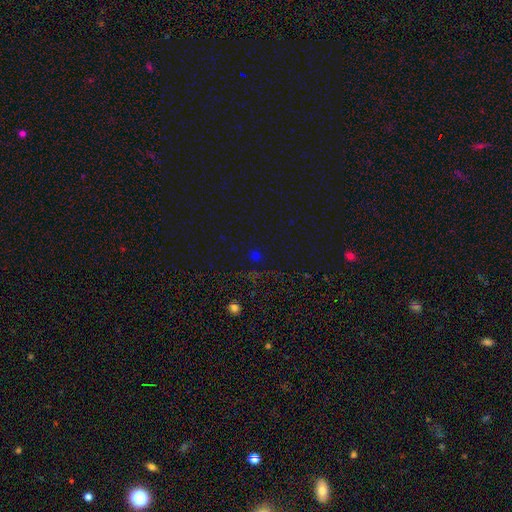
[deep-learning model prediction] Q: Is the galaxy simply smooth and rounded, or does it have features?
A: star or artifact — 56%.